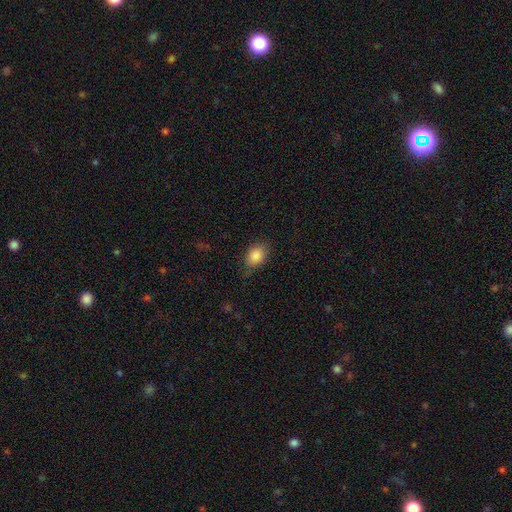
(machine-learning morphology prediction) Smooth or featured: smooth — 86% (star or artifact — 8%)
How rounded: in between — 77% (round — 22%)
Merging: none — 68% (minor disturbance — 24%)